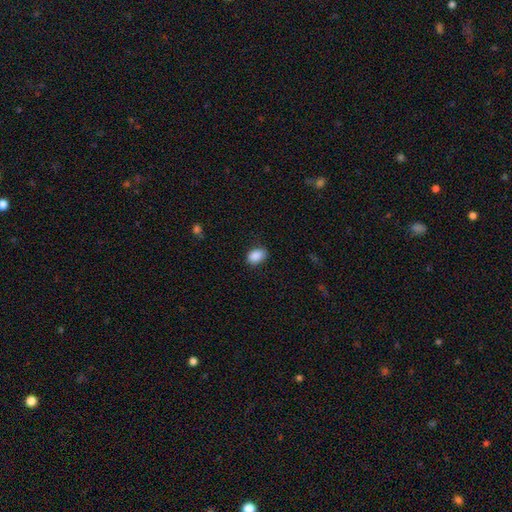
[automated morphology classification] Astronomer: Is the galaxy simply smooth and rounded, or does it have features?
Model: smooth — 89%.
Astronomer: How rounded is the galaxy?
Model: in between — 82%.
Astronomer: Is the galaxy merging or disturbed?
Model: none — 82%.